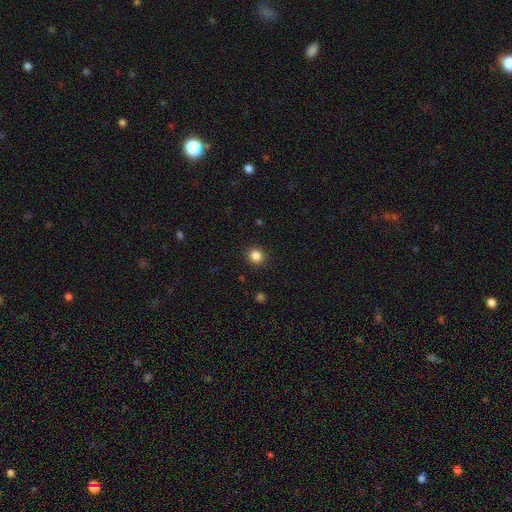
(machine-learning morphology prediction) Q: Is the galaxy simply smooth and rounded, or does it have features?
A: smooth — 86%.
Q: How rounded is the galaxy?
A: round — 77%.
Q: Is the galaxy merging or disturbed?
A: none — 90%.